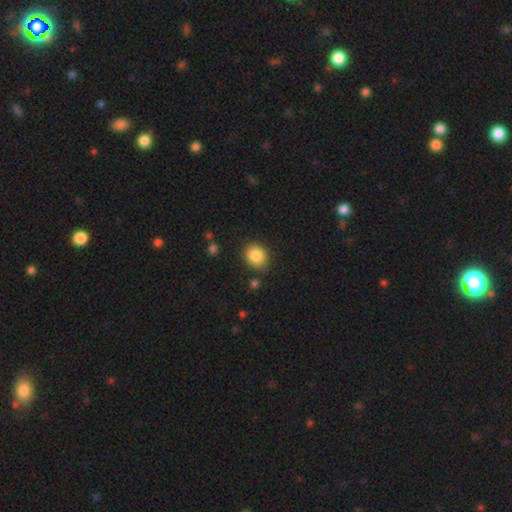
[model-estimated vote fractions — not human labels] Morphology: type=smooth (86%); roundness=round (62%); merging=none (83%).